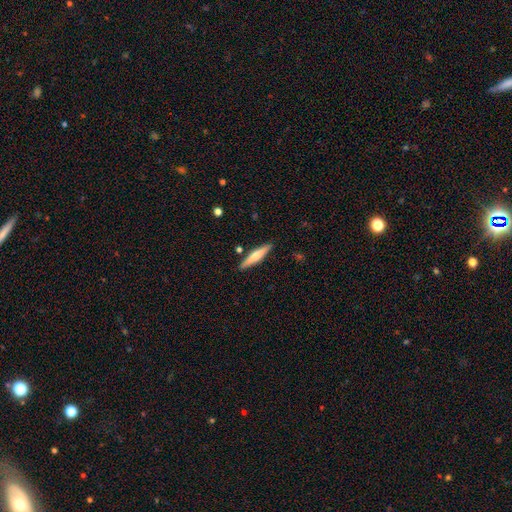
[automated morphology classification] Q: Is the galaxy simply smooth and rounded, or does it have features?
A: smooth — 52%.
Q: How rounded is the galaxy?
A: cigar-shaped — 88%.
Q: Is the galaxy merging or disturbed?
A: none — 88%.